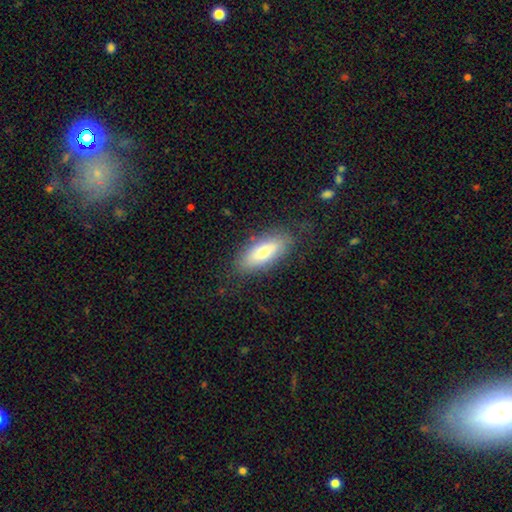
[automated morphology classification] Overall: smooth (73%). How rounded: in between (78%). Merging: none (79%).